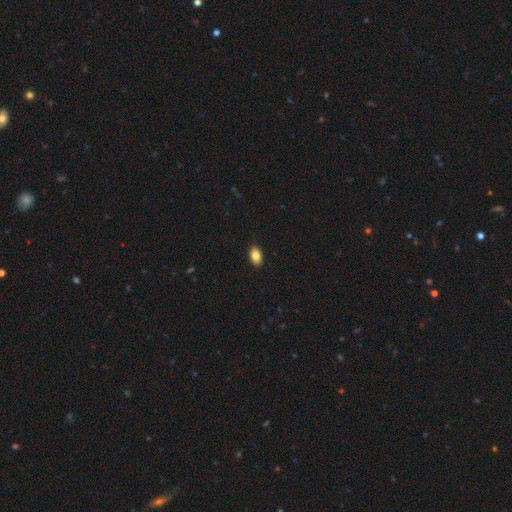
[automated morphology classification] Overall: smooth (83%). How rounded: in between (89%). Merging: none (90%).